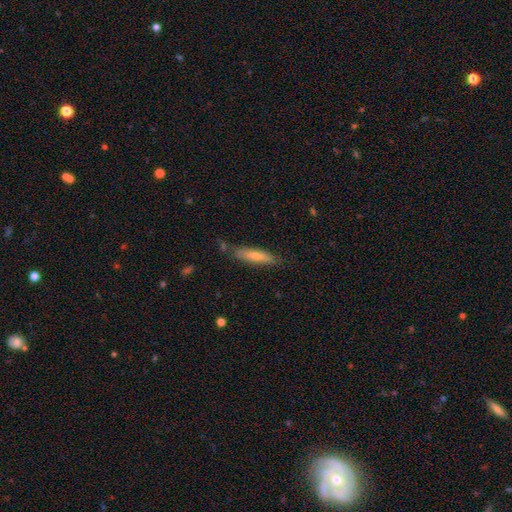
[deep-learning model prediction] Smooth or featured? Predicted: smooth (p=0.57). How rounded? Predicted: cigar-shaped (p=0.85). Merging? Predicted: none (p=0.78).